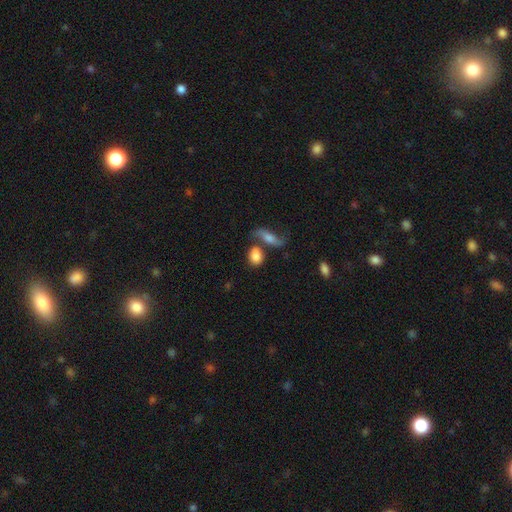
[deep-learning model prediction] The model was most divided on "merging": none: 49%, merger: 30%, minor disturbance: 15%, major disturbance: 7%. More confident: smooth or featured — smooth (79%); how rounded — in between (65%).